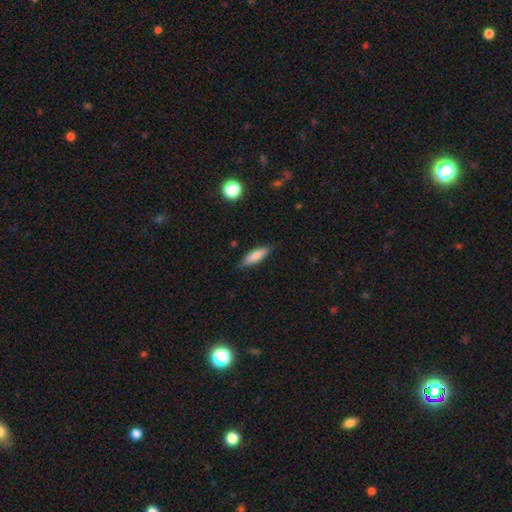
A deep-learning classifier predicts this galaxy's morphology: Smooth or featured?
  - smooth: 80% *
  - featured or disk: 14%
  - star or artifact: 7%
How rounded?
  - cigar-shaped: 52% *
  - in between: 46%
  - round: 2%
Merging?
  - none: 82% *
  - minor disturbance: 14%
  - major disturbance: 2%
  - merger: 1%